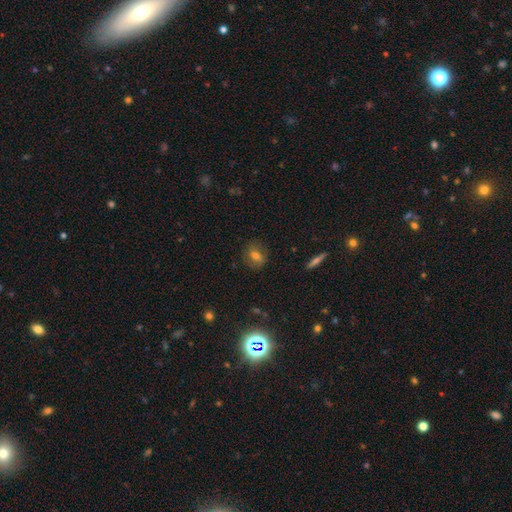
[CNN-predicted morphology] smooth_or_featured: smooth (p=0.53) [alt: featured or disk p=0.30]
how_rounded: in between (p=0.52) [alt: round p=0.43]
merging: none (p=0.79) [alt: minor disturbance p=0.15]